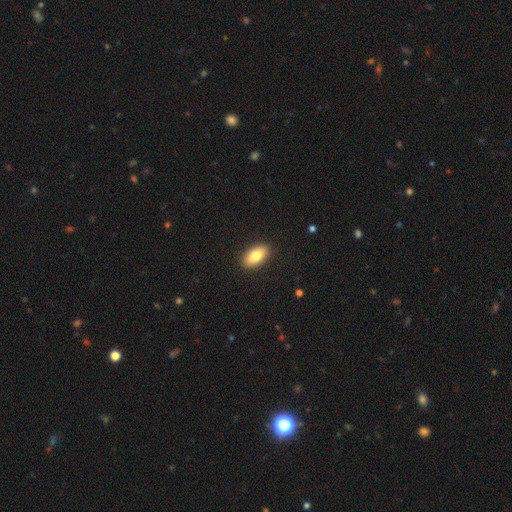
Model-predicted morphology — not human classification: Q: Smooth or featured?
A: smooth (80%); runner-up: featured or disk (13%)
Q: How rounded?
A: in between (92%); runner-up: round (4%)
Q: Merging?
A: none (90%); runner-up: minor disturbance (7%)